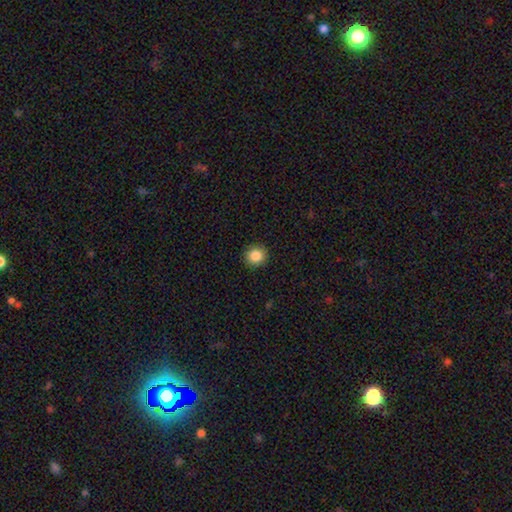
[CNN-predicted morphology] type=smooth (86%); roundness=round (91%); merging=none (92%).